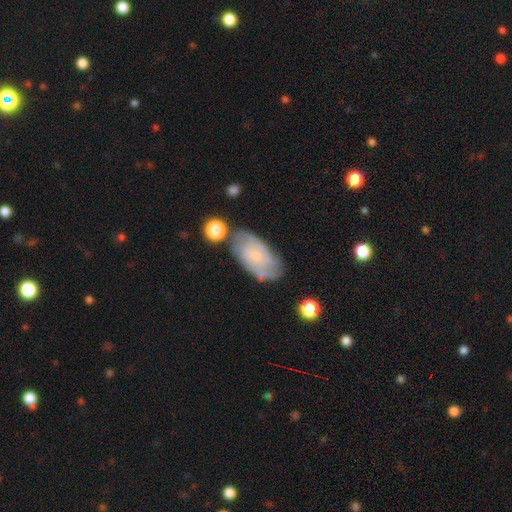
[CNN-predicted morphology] featured or disk 54%, smooth 38%, star or artifact 8%. Down the decision tree: edge-on disk — no (93%); bar — no (76%); spiral arms — yes (78%); bulge size — small (74%); merging — none (63%).